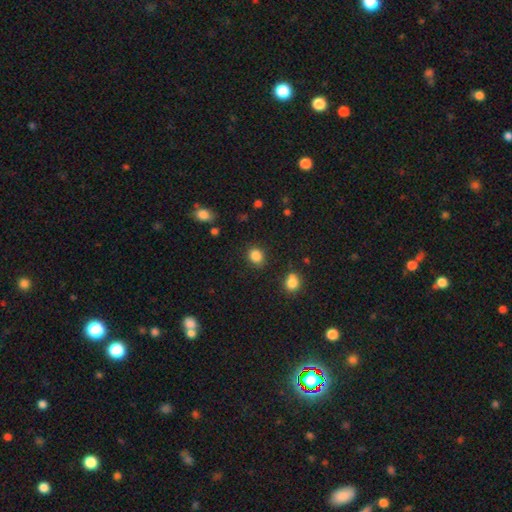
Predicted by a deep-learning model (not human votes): This appears to be a smooth galaxy with no disk features (86%) that is round (64%). Merging: none (84%).